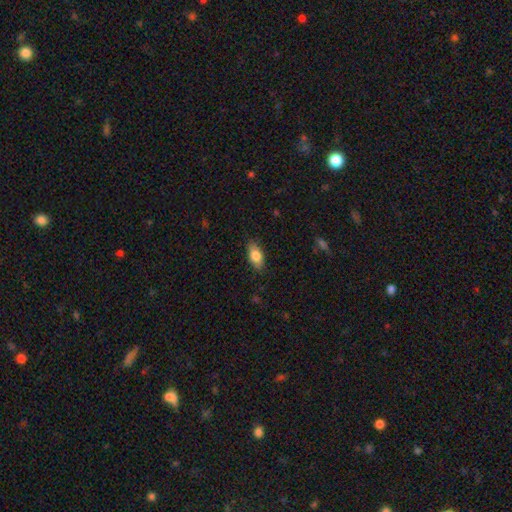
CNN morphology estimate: Q: Smooth or featured?
A: smooth (82%); runner-up: featured or disk (11%)
Q: How rounded?
A: in between (89%); runner-up: cigar-shaped (7%)
Q: Merging?
A: none (85%); runner-up: minor disturbance (12%)